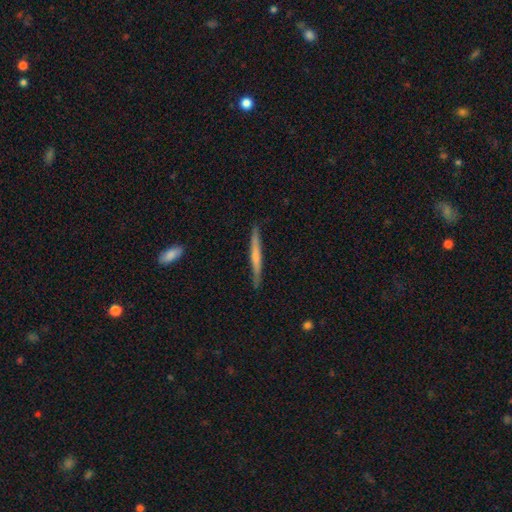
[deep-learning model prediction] The model was most divided on "smooth or featured": smooth: 52%, featured or disk: 43%, star or artifact: 5%. More confident: how rounded — cigar-shaped (96%); merging — none (85%).